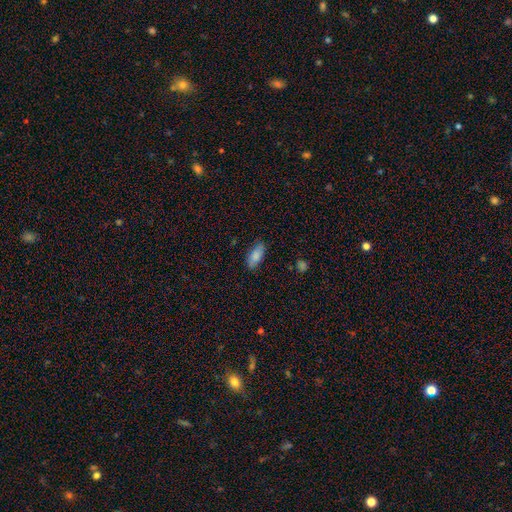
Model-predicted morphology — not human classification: A smooth galaxy with no disk features (83%) that is in between round and cigar-shaped (85%).

Vote fractions:
- Smooth or featured? smooth: 83% / featured or disk: 10% / star or artifact: 7%
- How rounded? in between: 85% / cigar-shaped: 13% / round: 2%
- Merging? none: 81% / minor disturbance: 15% / major disturbance: 3% / merger: 1%